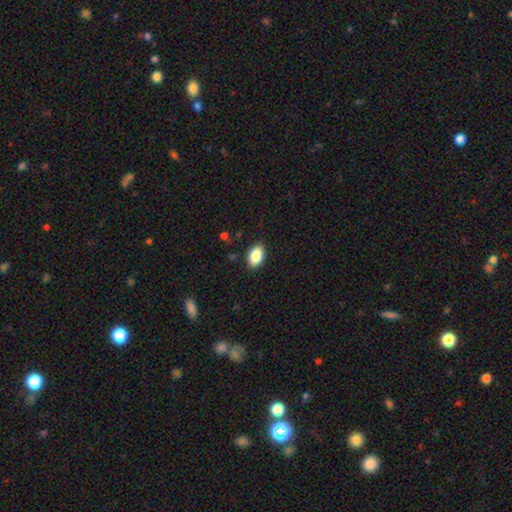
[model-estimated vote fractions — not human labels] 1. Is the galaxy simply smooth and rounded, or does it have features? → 88% smooth, 7% star or artifact, 5% featured or disk.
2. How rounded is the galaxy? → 91% in between, 8% round, 1% cigar-shaped.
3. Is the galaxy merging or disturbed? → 88% none, 9% minor disturbance, 2% major disturbance, 1% merger.